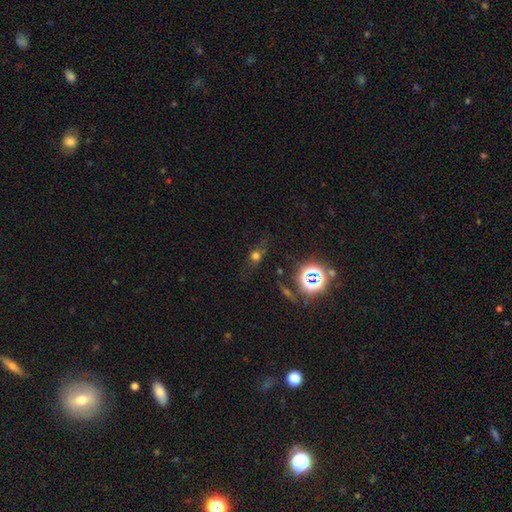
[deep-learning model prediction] Overall: smooth (50%; star or artifact 34%). How rounded: round (58%; in between 35%). Merging: none (63%).